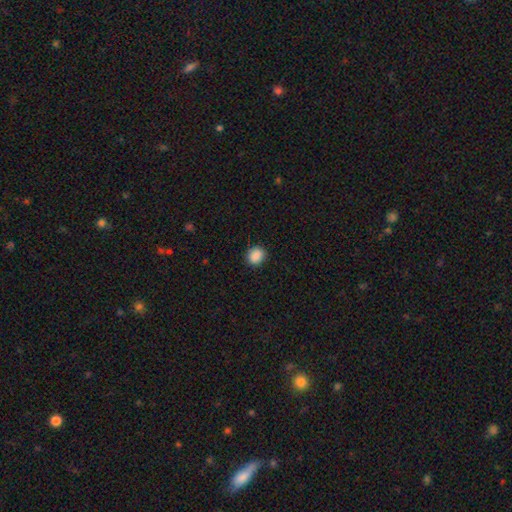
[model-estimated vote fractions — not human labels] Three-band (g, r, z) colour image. It shows a smooth galaxy with no disk features (89%) that is round (66%). Merging: none (88%).